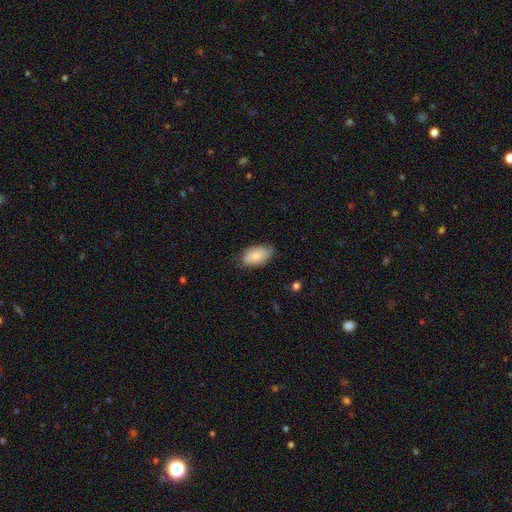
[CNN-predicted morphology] type=smooth (75%); roundness=in between (93%); merging=none (68%).